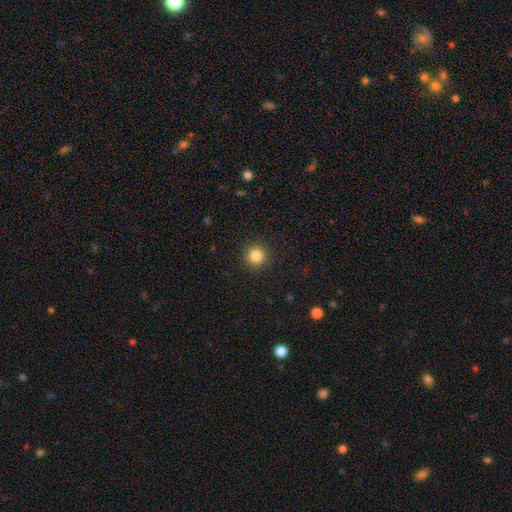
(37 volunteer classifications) A smooth galaxy with no disk features (95%) that is round (94%). Merging: none (97%).